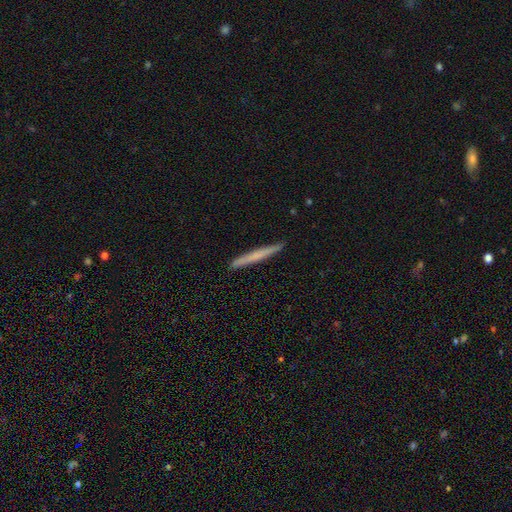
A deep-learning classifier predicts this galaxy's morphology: Smooth or featured: smooth — 58% (featured or disk — 36%)
How rounded: cigar-shaped — 97% (in between — 2%)
Merging: none — 92% (minor disturbance — 6%)